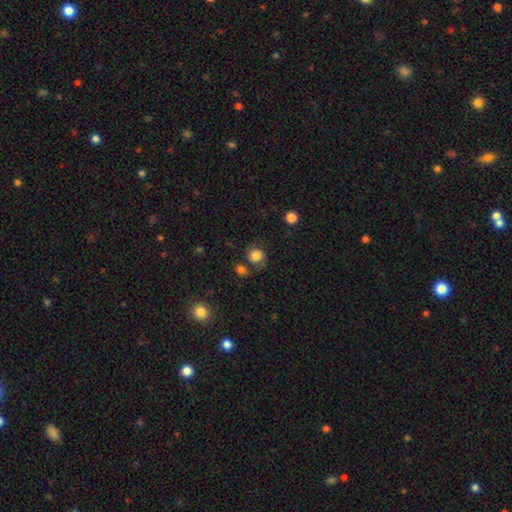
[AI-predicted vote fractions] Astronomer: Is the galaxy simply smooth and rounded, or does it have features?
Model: smooth — 75%.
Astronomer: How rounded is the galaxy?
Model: round — 78%.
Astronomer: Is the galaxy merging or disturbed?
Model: none — 60%.